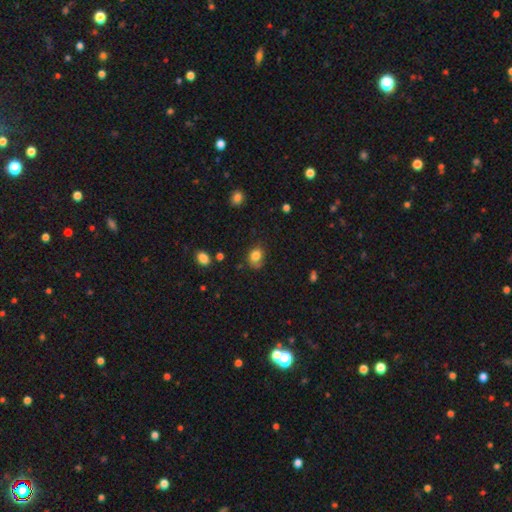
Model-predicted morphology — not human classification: This is clearly a smooth galaxy (81%). How rounded: possibly round (53%). Merging: possibly none (57%).